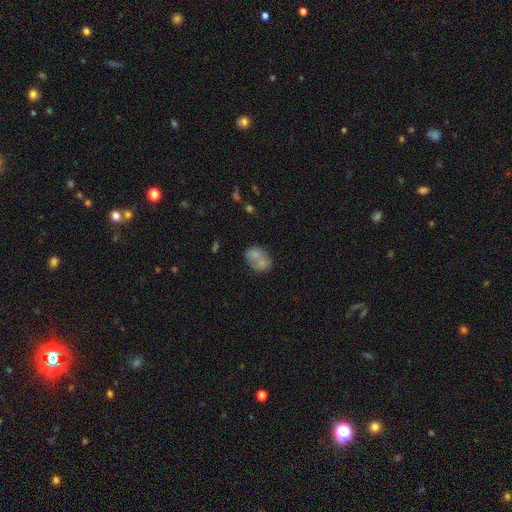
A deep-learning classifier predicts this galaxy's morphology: This is likely a smooth galaxy (70%). How rounded: likely in between (63%). Merging: marginally none (39%).